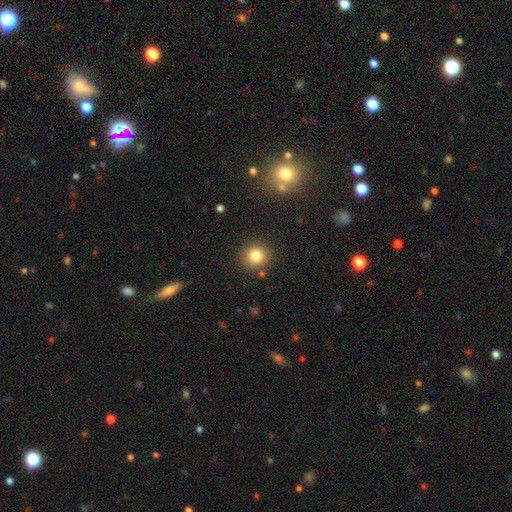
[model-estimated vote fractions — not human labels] This is clearly a smooth galaxy (81%). How rounded: clearly round (90%). Merging: clearly none (86%).